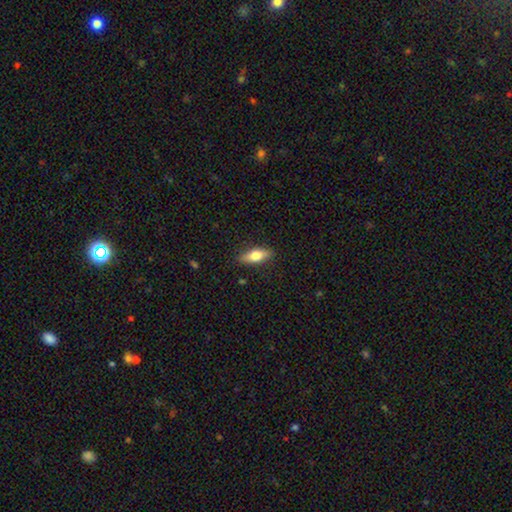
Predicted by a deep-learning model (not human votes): Smooth or featured?
  - smooth: 69% *
  - featured or disk: 25%
  - star or artifact: 7%
How rounded?
  - in between: 68% *
  - cigar-shaped: 28%
  - round: 3%
Merging?
  - none: 86% *
  - minor disturbance: 10%
  - major disturbance: 2%
  - merger: 1%